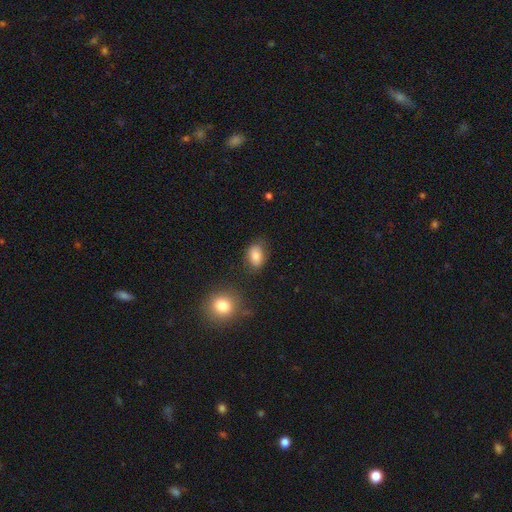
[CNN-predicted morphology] Smooth or featured? Predicted: smooth (p=0.81). How rounded? Predicted: in between (p=0.77). Merging? Predicted: none (p=0.74).